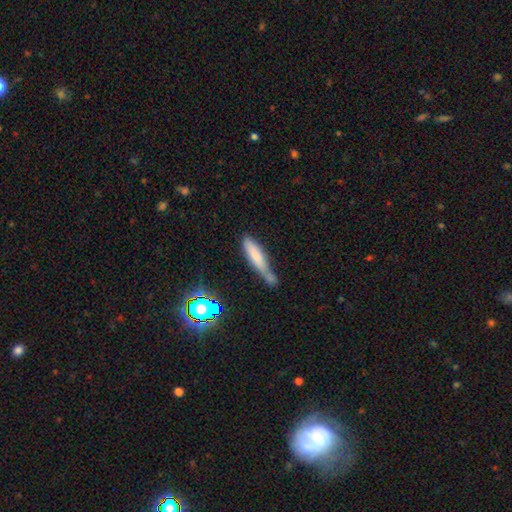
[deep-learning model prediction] Smooth or featured: smooth — 71% (featured or disk — 19%)
How rounded: cigar-shaped — 77% (in between — 21%)
Merging: none — 31% (merger — 29%)